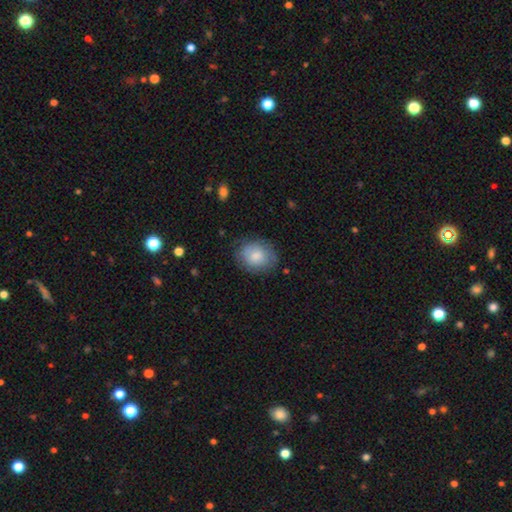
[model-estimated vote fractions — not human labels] Morphology: type=smooth (75%); roundness=round (55%); merging=none (75%).